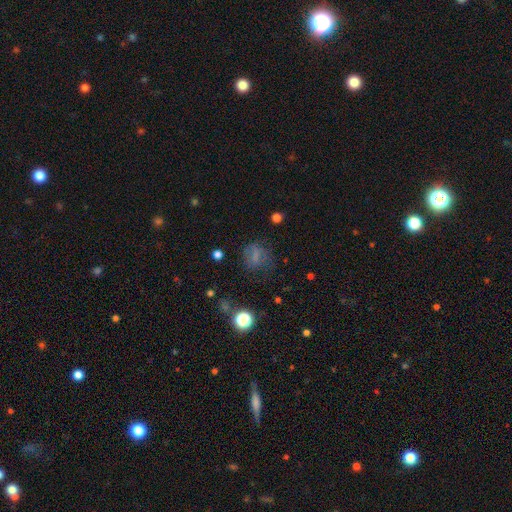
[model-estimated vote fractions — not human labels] Smooth or featured? smooth (62%)
How rounded? round (57%)
Merging? none (60%)